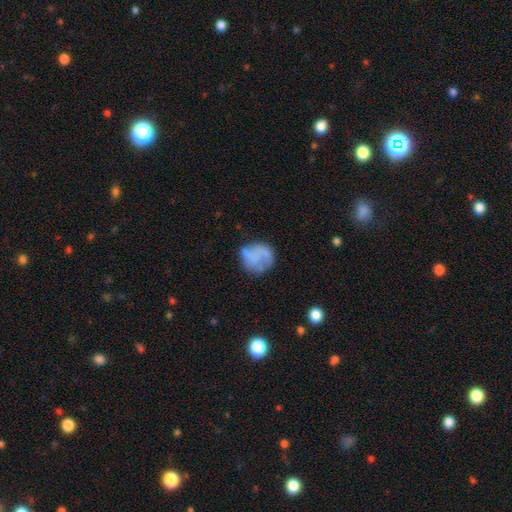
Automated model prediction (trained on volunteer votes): smooth 57%, featured or disk 33%, star or artifact 9%. Down the decision tree: how rounded — round (83%); merging — none (55%).